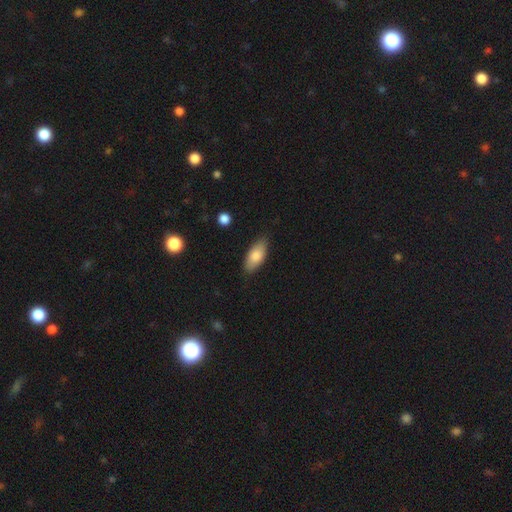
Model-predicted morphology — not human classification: Smooth or featured? smooth (80%)
How rounded? in between (88%)
Merging? none (83%)